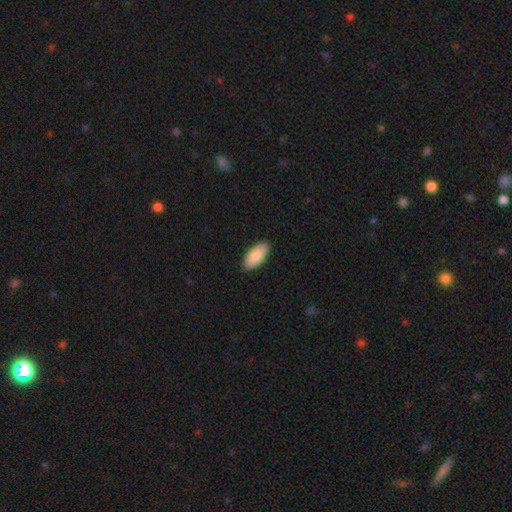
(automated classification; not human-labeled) Smooth or featured: smooth — 89% (featured or disk — 6%)
How rounded: in between — 92% (cigar-shaped — 6%)
Merging: none — 90% (minor disturbance — 7%)